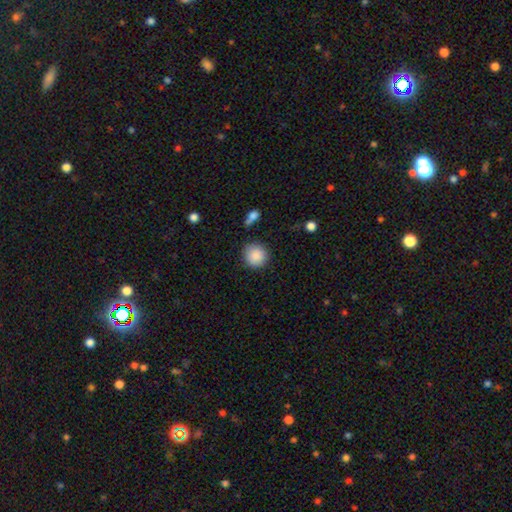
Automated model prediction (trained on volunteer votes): A smooth galaxy with no disk features (88%) that is round (92%).

Vote fractions:
- Smooth or featured? smooth: 88% / star or artifact: 8% / featured or disk: 4%
- How rounded? round: 92% / in between: 7% / cigar-shaped: 1%
- Merging? none: 85% / minor disturbance: 10% / major disturbance: 3% / merger: 2%